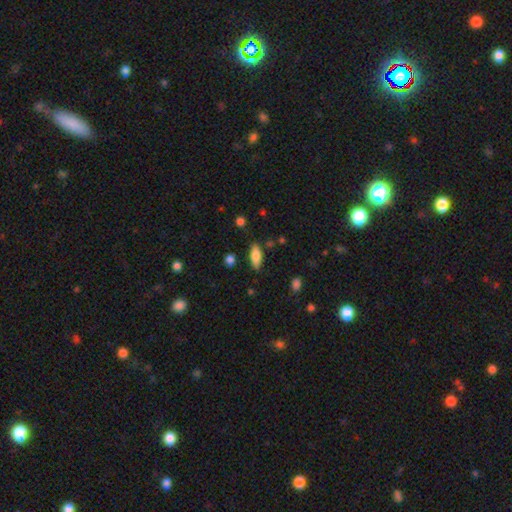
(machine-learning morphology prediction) type=smooth (81%); roundness=in between (72%); merging=none (81%).